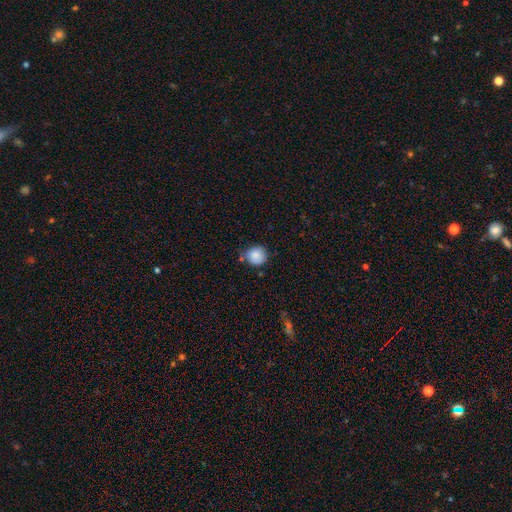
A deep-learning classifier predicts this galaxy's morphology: Q: Smooth or featured?
A: smooth (86%); runner-up: star or artifact (9%)
Q: How rounded?
A: round (88%); runner-up: in between (11%)
Q: Merging?
A: none (67%); runner-up: minor disturbance (23%)